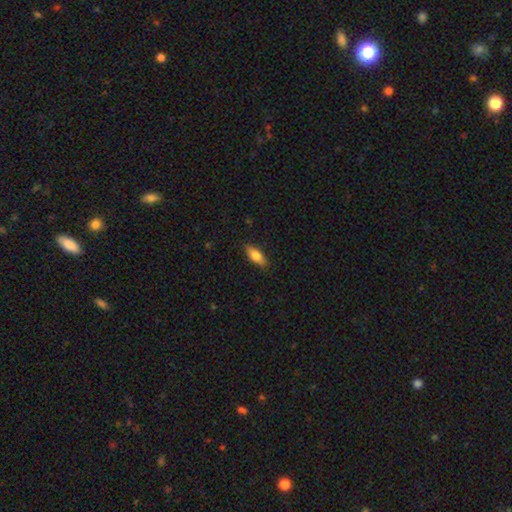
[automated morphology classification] Q: Smooth or featured?
A: smooth (75%); runner-up: featured or disk (18%)
Q: How rounded?
A: in between (70%); runner-up: cigar-shaped (28%)
Q: Merging?
A: none (86%); runner-up: minor disturbance (11%)